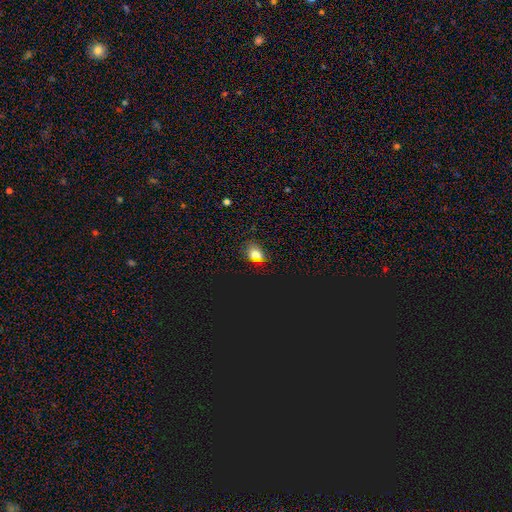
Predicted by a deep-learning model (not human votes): Overall: smooth (65%; star or artifact 28%). How rounded: in between (58%; round 40%). Merging: none (83%).